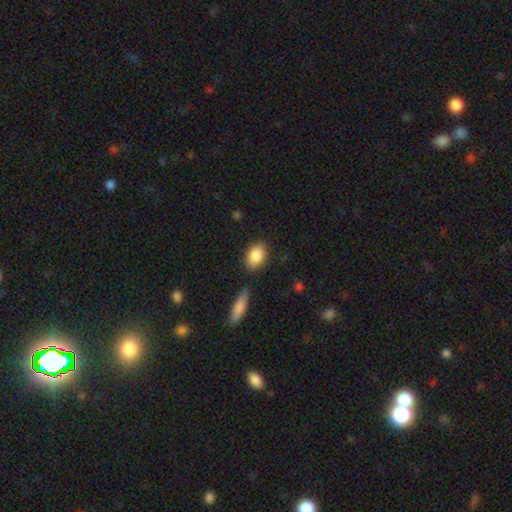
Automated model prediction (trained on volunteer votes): This is clearly a smooth galaxy (86%). How rounded: clearly in between (85%). Merging: likely none (78%).